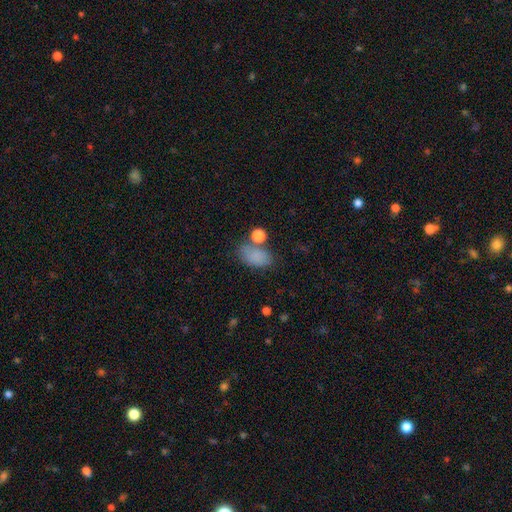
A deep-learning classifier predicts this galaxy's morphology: smooth 79%, star or artifact 12%, featured or disk 9%. Down the decision tree: how rounded — in between (85%); merging — none (57%).